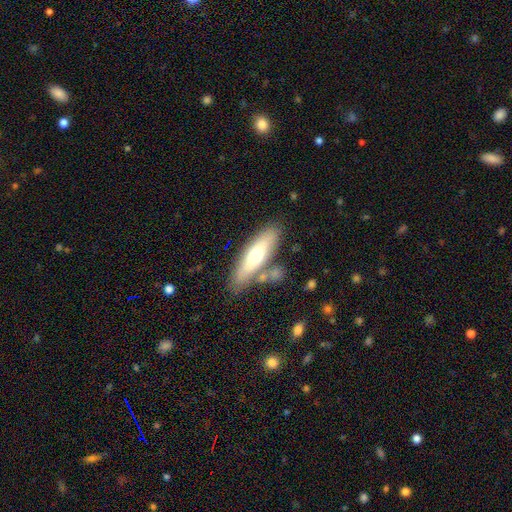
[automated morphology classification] Smooth or featured?
  - smooth: 56% *
  - featured or disk: 38%
  - star or artifact: 6%
How rounded?
  - cigar-shaped: 53% *
  - in between: 44%
  - round: 2%
Merging?
  - none: 71% *
  - minor disturbance: 14%
  - merger: 11%
  - major disturbance: 4%